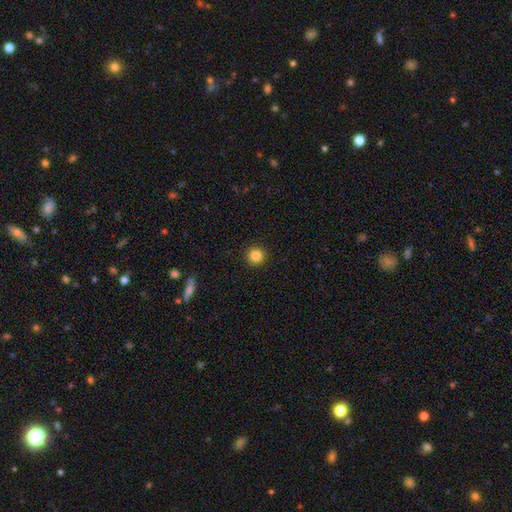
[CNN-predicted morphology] Overall: smooth (85%). How rounded: round (96%). Merging: none (93%).